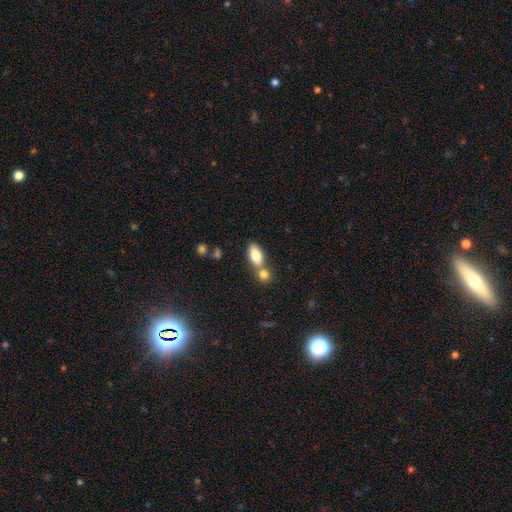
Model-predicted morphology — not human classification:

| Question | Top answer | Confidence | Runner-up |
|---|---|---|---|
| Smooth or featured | smooth | 79% | featured or disk (13%) |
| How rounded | in between | 84% | cigar-shaped (10%) |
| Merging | none | 44% | merger (43%) |